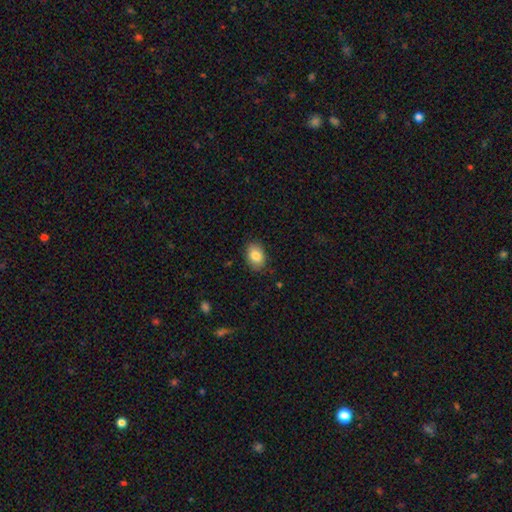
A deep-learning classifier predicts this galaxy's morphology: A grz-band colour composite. It shows a smooth galaxy with no disk features (84%) that is in between round and cigar-shaped (79%). Merging: none (86%).